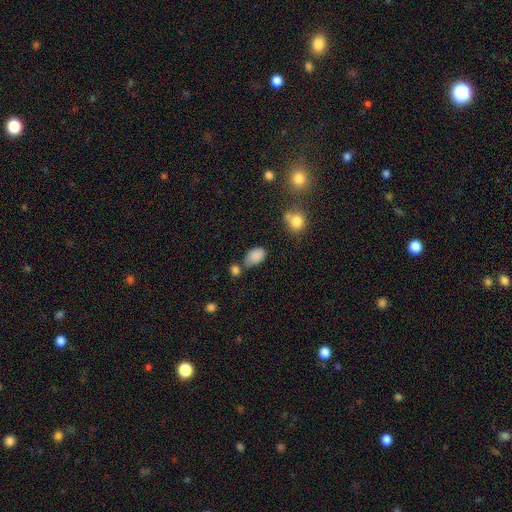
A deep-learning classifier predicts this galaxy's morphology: A smooth galaxy with no disk features (85%) that is in between round and cigar-shaped (88%). Merging: none (53%).